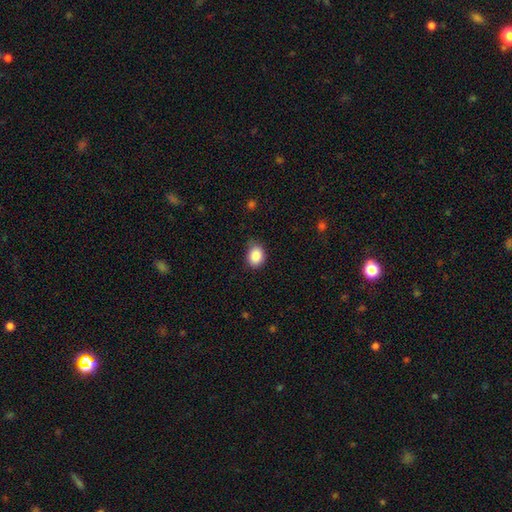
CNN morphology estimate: Overall: smooth (88%). How rounded: in between (54%; round 45%). Merging: none (71%).